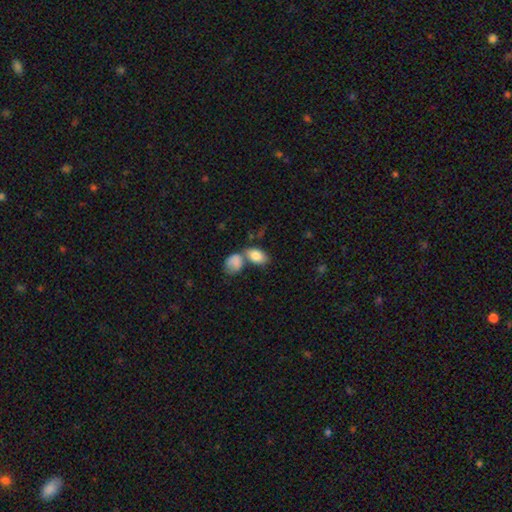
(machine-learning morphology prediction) Smooth or featured: smooth — 84% (featured or disk — 9%)
How rounded: in between — 90% (round — 8%)
Merging: merger — 43% (none — 41%)